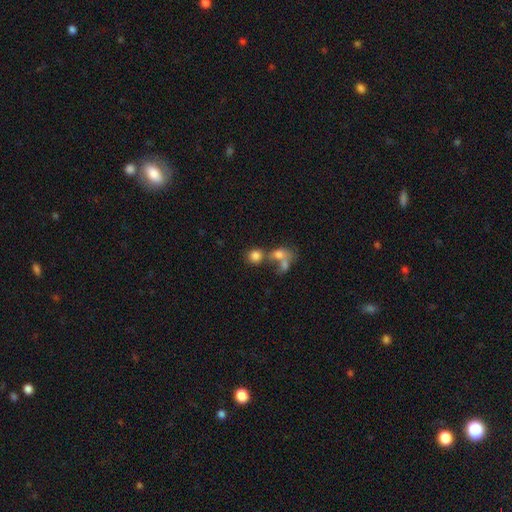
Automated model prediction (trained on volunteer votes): A smooth galaxy with no disk features (78%) that is round (79%).

Vote fractions:
- Smooth or featured? smooth: 78% / star or artifact: 11% / featured or disk: 10%
- How rounded? round: 79% / in between: 20% / cigar-shaped: 1%
- Merging? none: 45% / merger: 40% / minor disturbance: 9% / major disturbance: 6%